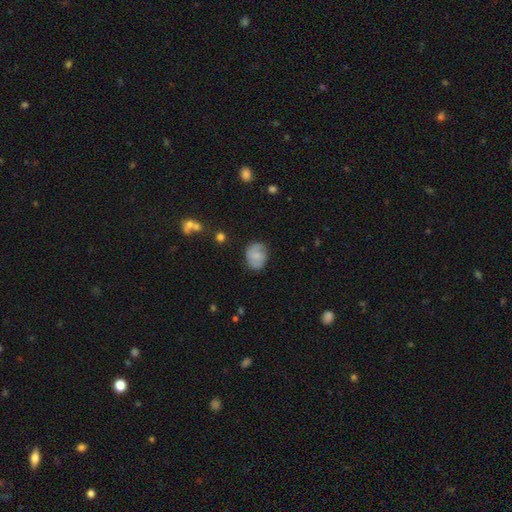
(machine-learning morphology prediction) Smooth or featured? smooth (59%)
How rounded? round (55%)
Merging? none (69%)